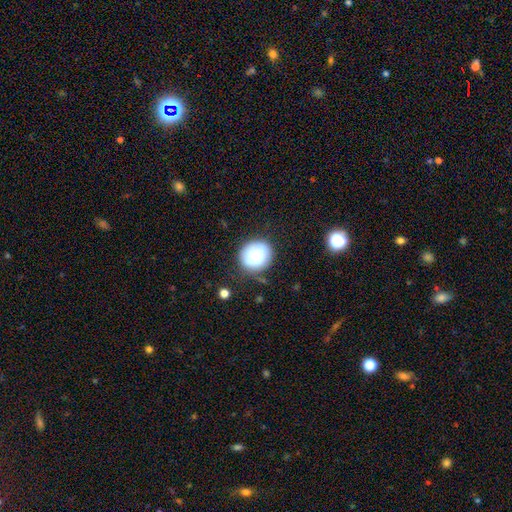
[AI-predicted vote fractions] Smooth or featured? Predicted: smooth (p=0.73). How rounded? Predicted: round (p=0.83). Merging? Predicted: none (p=0.77).